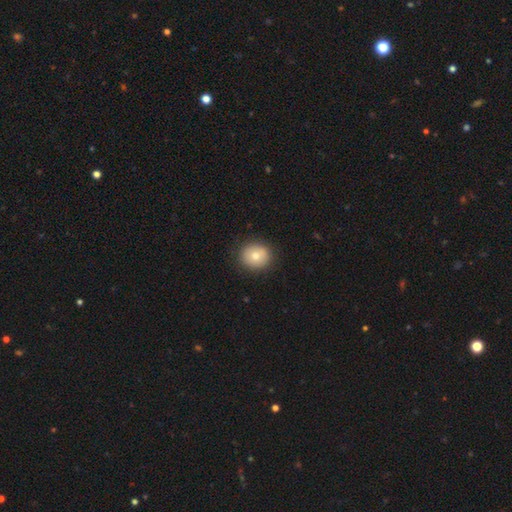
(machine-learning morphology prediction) The model was most divided on "how rounded": round: 79%, in between: 20%, cigar-shaped: 1%. More confident: merging — none (88%); smooth or featured — smooth (78%).